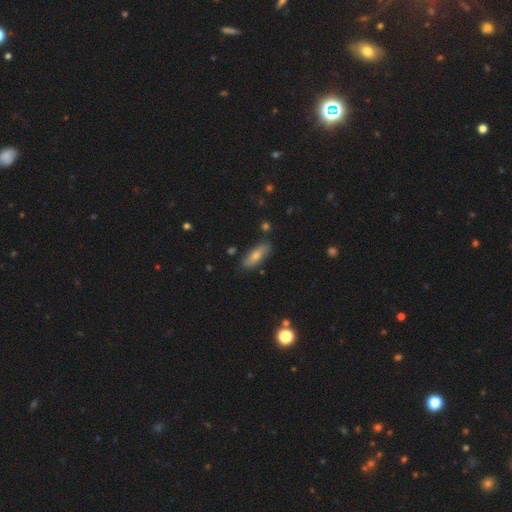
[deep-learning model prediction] Q: Smooth or featured?
A: smooth (67%); runner-up: featured or disk (26%)
Q: How rounded?
A: in between (63%); runner-up: cigar-shaped (34%)
Q: Merging?
A: none (80%); runner-up: minor disturbance (15%)